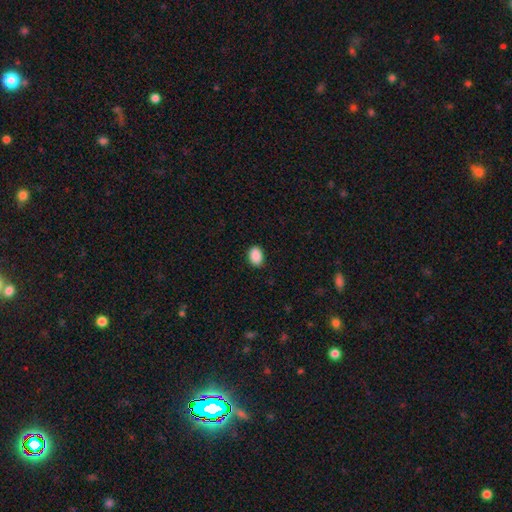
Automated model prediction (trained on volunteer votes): Overall: smooth (90%). How rounded: in between (81%). Merging: none (88%).